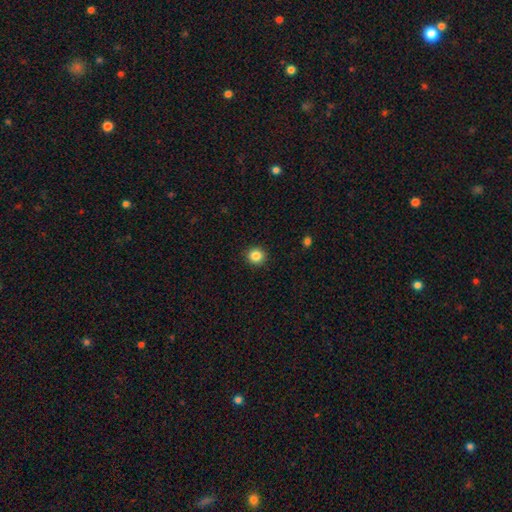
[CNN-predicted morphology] Smooth or featured? Predicted: smooth (p=0.85). How rounded? Predicted: round (p=0.91). Merging? Predicted: none (p=0.92).